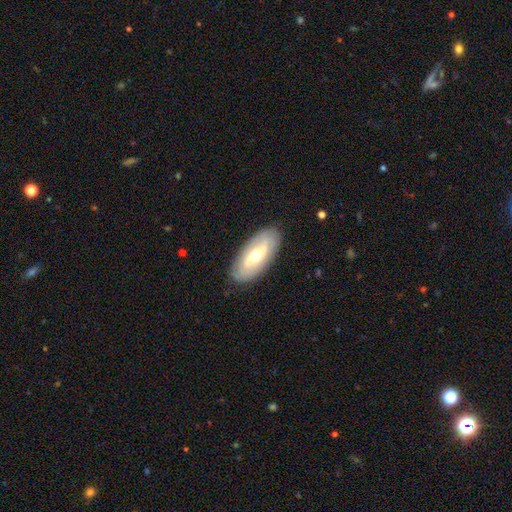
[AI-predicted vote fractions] Smooth or featured?
  - featured or disk: 58% *
  - smooth: 36%
  - star or artifact: 6%
Edge-on disk?
  - no: 86% *
  - yes: 14%
Bar?
  - no: 51% *
  - weak: 35%
  - strong: 15%
Spiral arms?
  - yes: 55% *
  - no: 45%
Bulge size?
  - moderate: 70% *
  - small: 23%
  - large: 6%
  - dominant: 1%
  - none: 1%
Merging?
  - none: 86% *
  - minor disturbance: 10%
  - major disturbance: 3%
  - merger: 1%